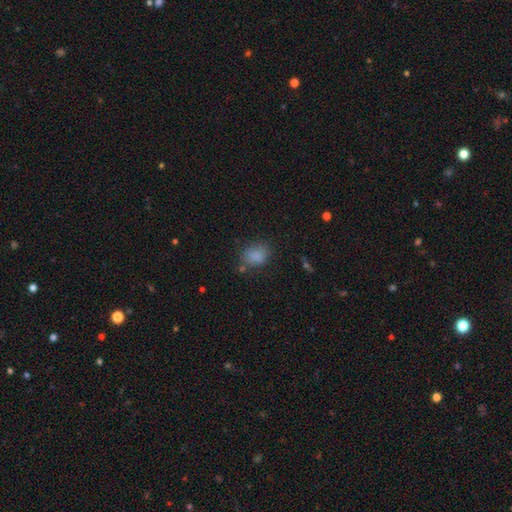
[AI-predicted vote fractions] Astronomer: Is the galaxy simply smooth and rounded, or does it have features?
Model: smooth — 83%.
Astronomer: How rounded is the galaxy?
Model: in between — 54% (runner-up: round, 45%).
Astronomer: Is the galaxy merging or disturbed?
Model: none — 70%.